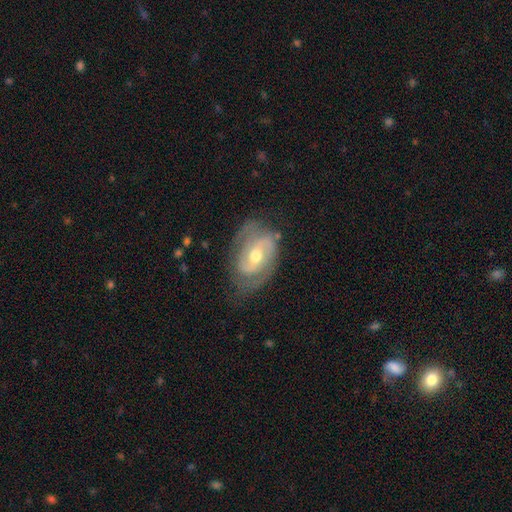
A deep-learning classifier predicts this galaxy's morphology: A featured or disk galaxy (80%) with a weak bar (44%), 2 (73%) tight (42%, tied with medium) spiral arms (88%) and a moderate central bulge (70%).

Vote fractions:
- Smooth or featured? featured or disk: 80% / smooth: 14% / star or artifact: 6%
- Edge-on disk? no: 96% / yes: 4%
- Bar? weak: 44% / no: 39% / strong: 17%
- Spiral arms? yes: 88% / no: 12%
- Spiral winding? tight: 42% (tied) / medium: 42% (tied) / loose: 16%
- Spiral arm count? 2: 73% / can't tell: 15% / 1: 5% / 3: 4% / 4: 1% / more than 4: 1%
- Bulge size? moderate: 70% / small: 24% / large: 4% / none: 1% / dominant: 1%
- Merging? none: 66% / minor disturbance: 23% / major disturbance: 10% / merger: 1%